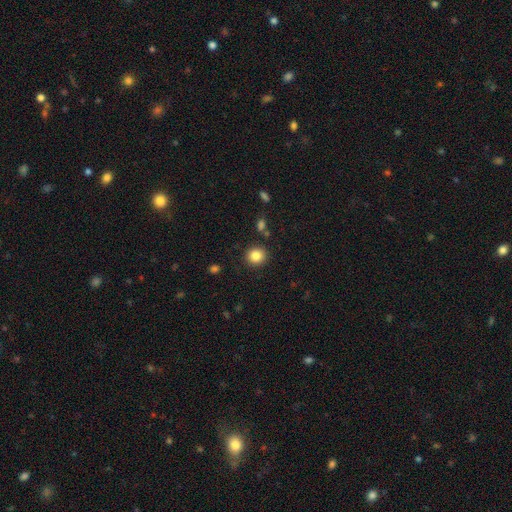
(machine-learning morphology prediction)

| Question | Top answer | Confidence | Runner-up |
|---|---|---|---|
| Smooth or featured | smooth | 84% | star or artifact (10%) |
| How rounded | round | 90% | in between (10%) |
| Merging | none | 88% | minor disturbance (7%) |